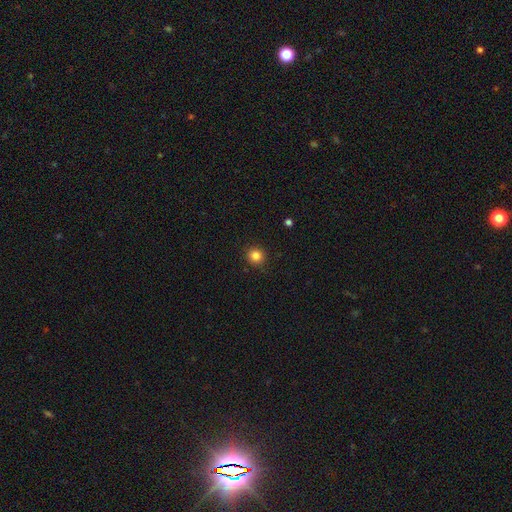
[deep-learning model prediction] A smooth galaxy with no disk features (84%) that is round (92%). Merging: none (91%).